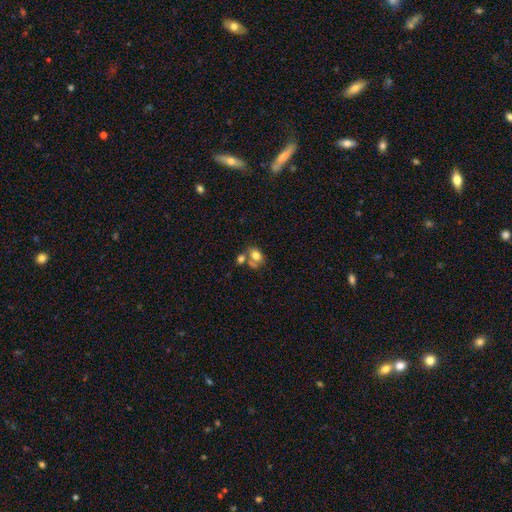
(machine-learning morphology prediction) Overall: smooth (72%). How rounded: in between (74%). Merging: merger (41%; none 39%).